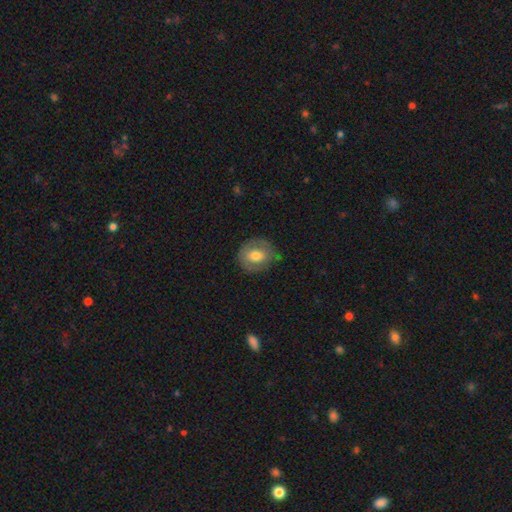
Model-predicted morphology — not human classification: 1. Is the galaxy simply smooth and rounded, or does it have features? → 60% smooth, 32% featured or disk, 7% star or artifact.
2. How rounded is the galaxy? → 78% round, 21% in between, 1% cigar-shaped.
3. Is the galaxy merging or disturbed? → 73% none, 20% minor disturbance, 6% major disturbance, 1% merger.